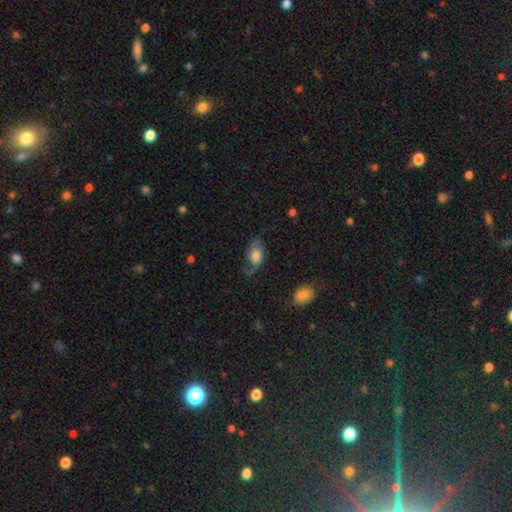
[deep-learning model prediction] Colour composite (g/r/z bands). It shows a smooth galaxy with no disk features (49%). Merging: none (51%).